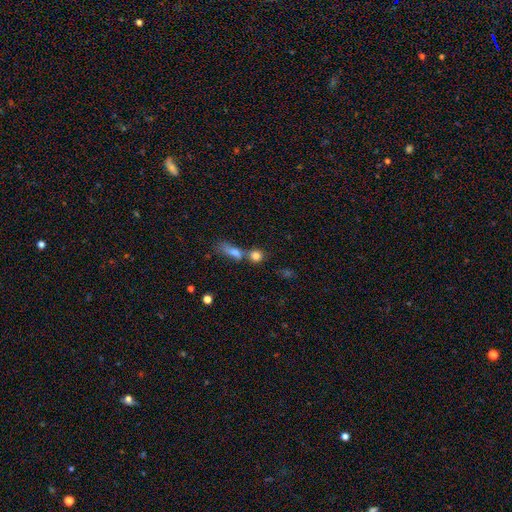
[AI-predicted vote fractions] This appears to be a smooth galaxy with no disk features (79%) that is round (70%). Merging: merger (46%).